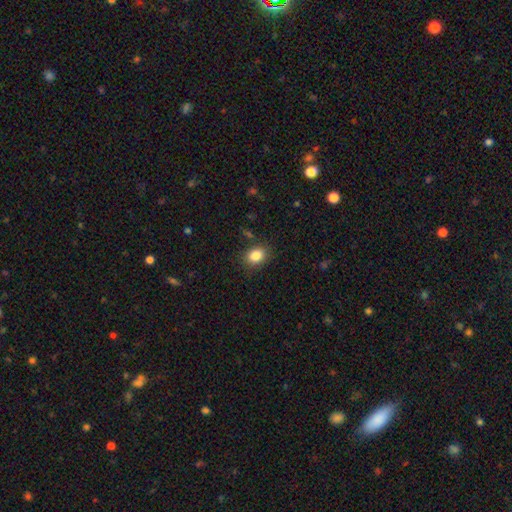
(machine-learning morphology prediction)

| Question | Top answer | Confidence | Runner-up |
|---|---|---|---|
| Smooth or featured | smooth | 85% | star or artifact (10%) |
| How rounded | in between | 58% | round (41%) |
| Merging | none | 85% | minor disturbance (10%) |